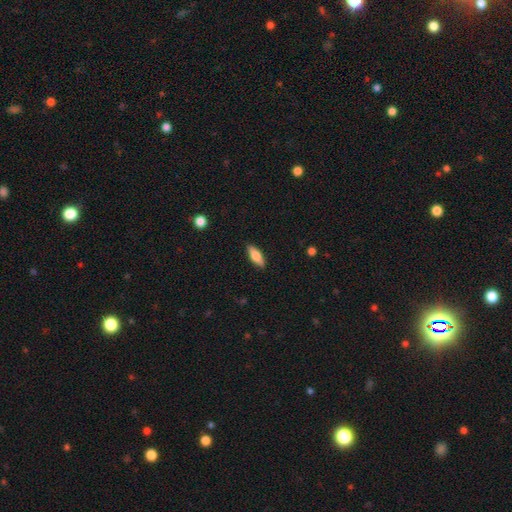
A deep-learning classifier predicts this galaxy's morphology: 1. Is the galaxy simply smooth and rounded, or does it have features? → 71% smooth, 23% featured or disk, 6% star or artifact.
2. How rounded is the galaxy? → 59% in between, 38% cigar-shaped, 2% round.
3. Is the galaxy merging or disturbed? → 89% none, 8% minor disturbance, 2% major disturbance, 1% merger.